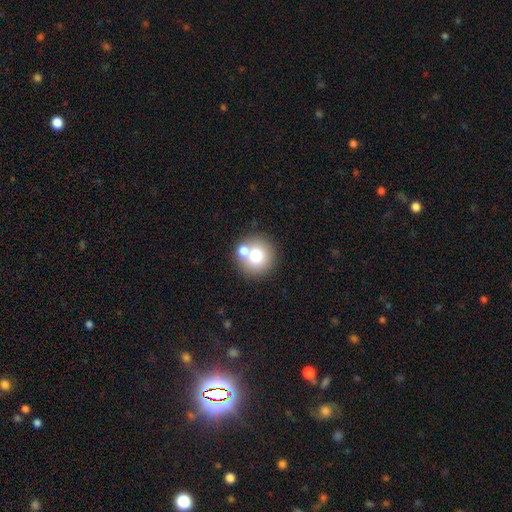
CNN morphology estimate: Overall: smooth (75%). How rounded: round (90%). Merging: none (60%; merger 28%).